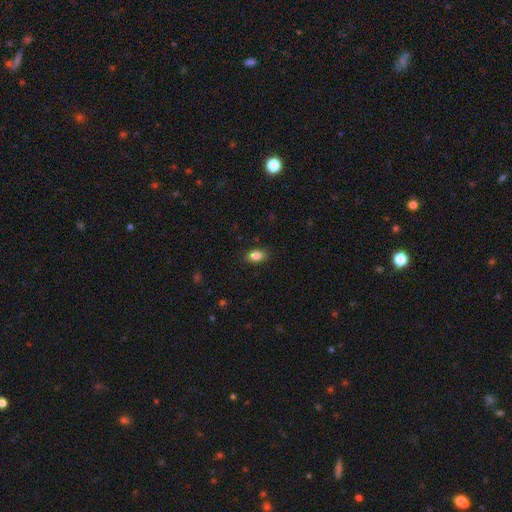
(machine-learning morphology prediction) A smooth galaxy with no disk features (86%) that is in between round and cigar-shaped (85%).

Vote fractions:
- Smooth or featured? smooth: 86% / star or artifact: 9% / featured or disk: 6%
- How rounded? in between: 85% / round: 12% / cigar-shaped: 3%
- Merging? none: 84% / minor disturbance: 12% / major disturbance: 3% / merger: 1%